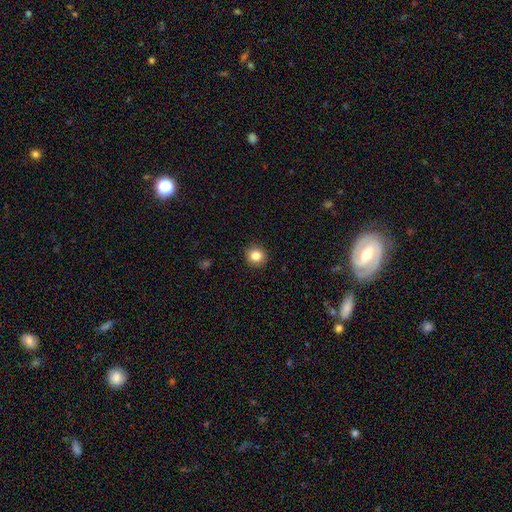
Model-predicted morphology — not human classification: A smooth galaxy with no disk features (85%) that is round (93%).

Vote fractions:
- Smooth or featured? smooth: 85% / star or artifact: 10% / featured or disk: 5%
- How rounded? round: 93% / in between: 6% / cigar-shaped: 1%
- Merging? none: 92% / minor disturbance: 5% / major disturbance: 2% / merger: 1%